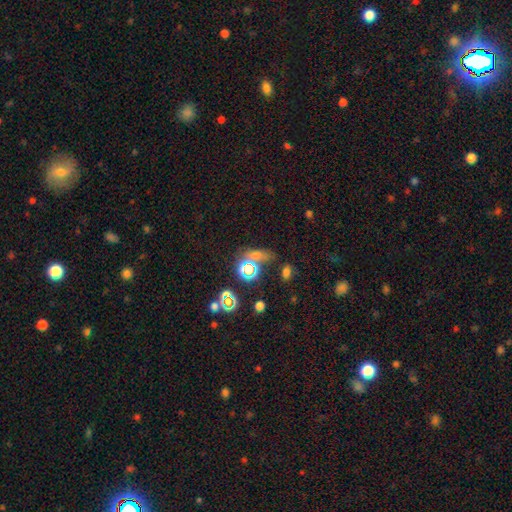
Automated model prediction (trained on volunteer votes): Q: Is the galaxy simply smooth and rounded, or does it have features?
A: star or artifact — 46%.